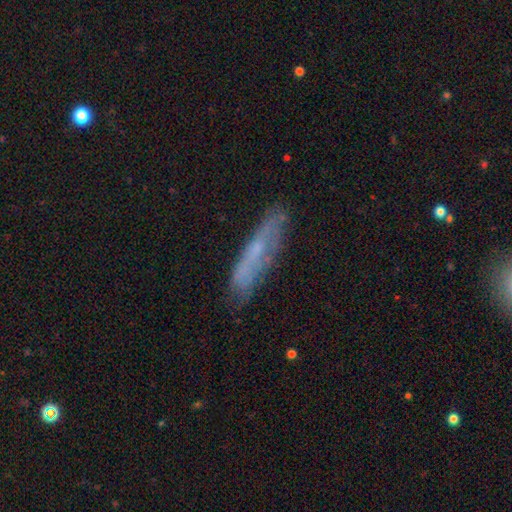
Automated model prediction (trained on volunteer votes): smooth-or-featured: featured or disk: 48% | smooth: 40% | star or artifact: 12%
  merging: none: 79% | minor disturbance: 15% | major disturbance: 4% | merger: 2%